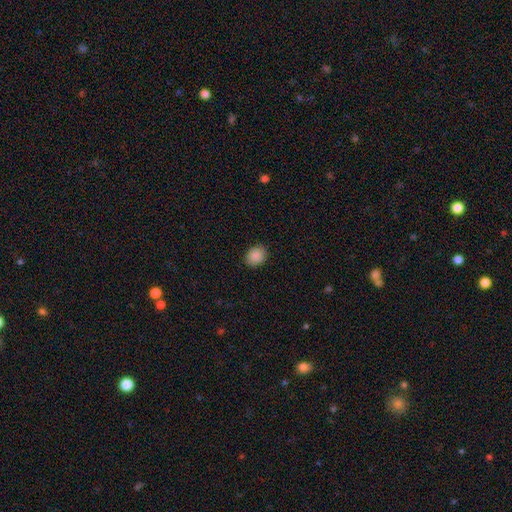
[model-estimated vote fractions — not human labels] This is clearly a smooth galaxy (88%). How rounded: possibly round (54%). Merging: clearly none (88%).